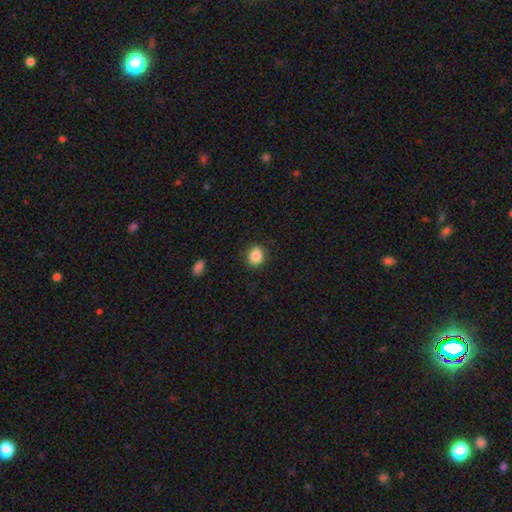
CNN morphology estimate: A smooth galaxy with no disk features (87%) that is round (65%). Merging: none (86%).